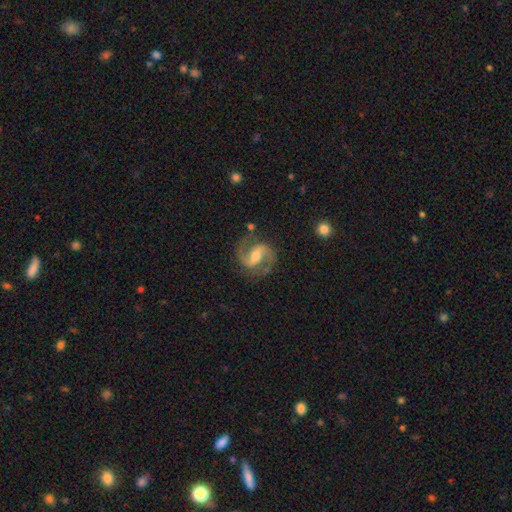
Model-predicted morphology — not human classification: Q: Smooth or featured?
A: featured or disk (89%); runner-up: smooth (6%)
Q: Edge-on disk?
A: no (98%); runner-up: yes (2%)
Q: Bar?
A: weak (44%); runner-up: strong (38%)
Q: Spiral arms?
A: yes (97%); runner-up: no (3%)
Q: Spiral winding?
A: medium (56%); runner-up: loose (32%)
Q: Spiral arm count?
A: 2 (94%); runner-up: can't tell (2%)
Q: Bulge size?
A: moderate (61%); runner-up: small (29%)
Q: Merging?
A: none (79%); runner-up: minor disturbance (13%)